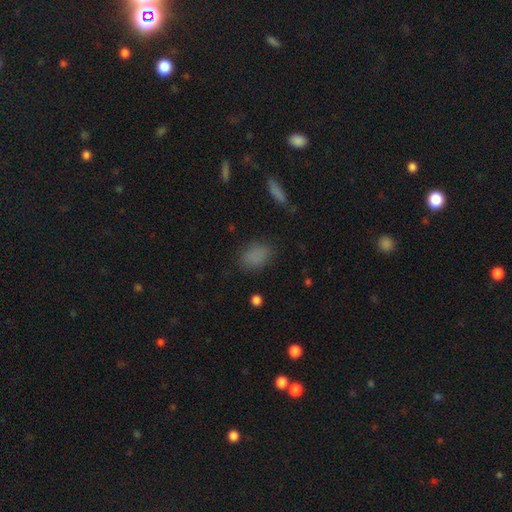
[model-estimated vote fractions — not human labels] A smooth galaxy with no disk features (83%) that is in between round and cigar-shaped (80%). Merging: none (80%).